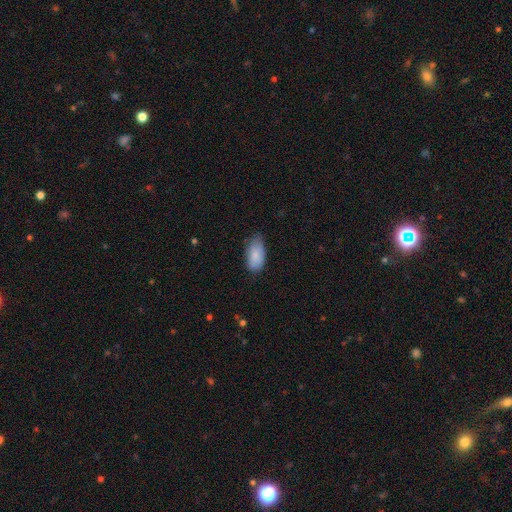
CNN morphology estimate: The model was most divided on "merging": none: 61%, minor disturbance: 32%, major disturbance: 5%, merger: 1%. More confident: how rounded — in between (93%); smooth or featured — smooth (86%).